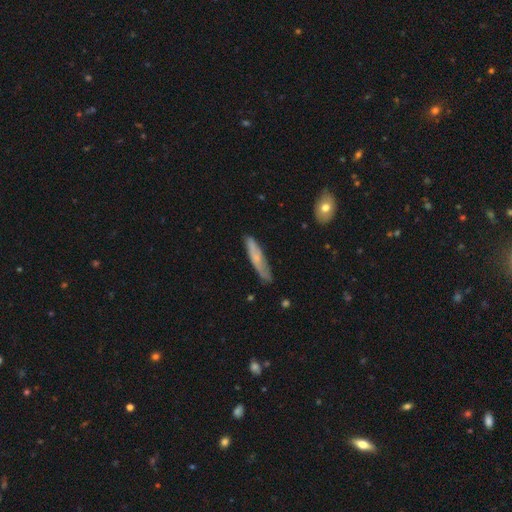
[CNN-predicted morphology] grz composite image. It shows a smooth galaxy with no disk features (58%) that is cigar-shaped (86%). Merging: none (74%).